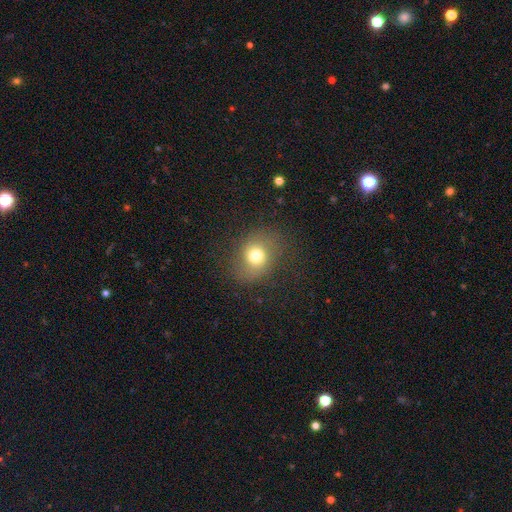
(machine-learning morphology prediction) Smooth or featured? Predicted: smooth (p=0.70). How rounded? Predicted: round (p=0.61). Merging? Predicted: none (p=0.72).